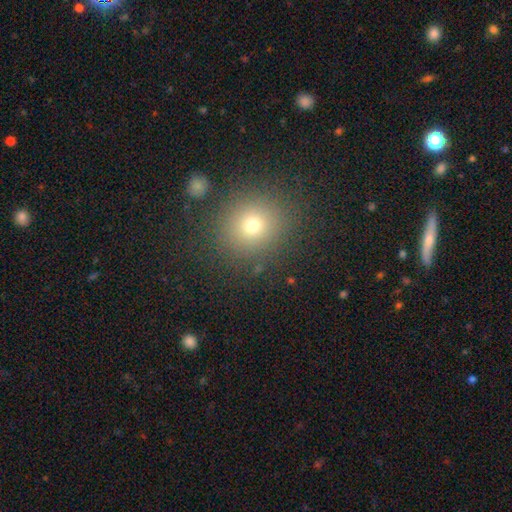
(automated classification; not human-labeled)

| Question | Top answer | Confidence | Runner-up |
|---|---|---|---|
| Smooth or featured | smooth | 66% | star or artifact (24%) |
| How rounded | round | 88% | in between (11%) |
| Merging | none | 88% | minor disturbance (7%) |